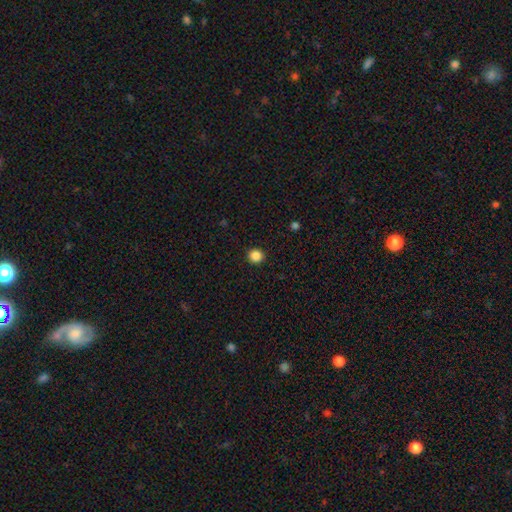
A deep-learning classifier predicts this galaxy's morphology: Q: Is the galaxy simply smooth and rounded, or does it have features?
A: smooth — 86%.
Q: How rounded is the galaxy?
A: round — 93%.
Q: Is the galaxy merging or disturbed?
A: none — 93%.